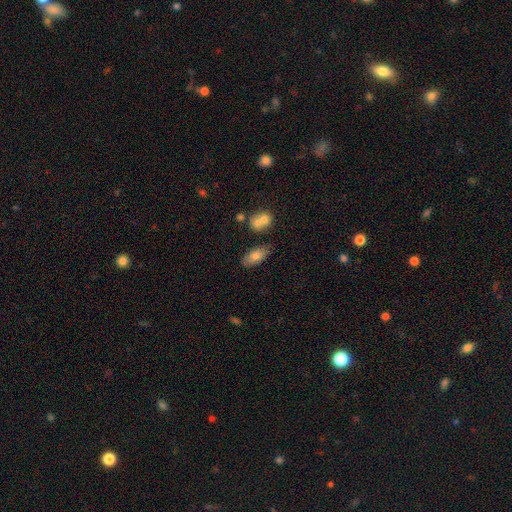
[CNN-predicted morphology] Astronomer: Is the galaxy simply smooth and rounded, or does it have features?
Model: smooth — 74%.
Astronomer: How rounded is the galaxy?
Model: in between — 88%.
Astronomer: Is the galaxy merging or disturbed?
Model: none — 73%.